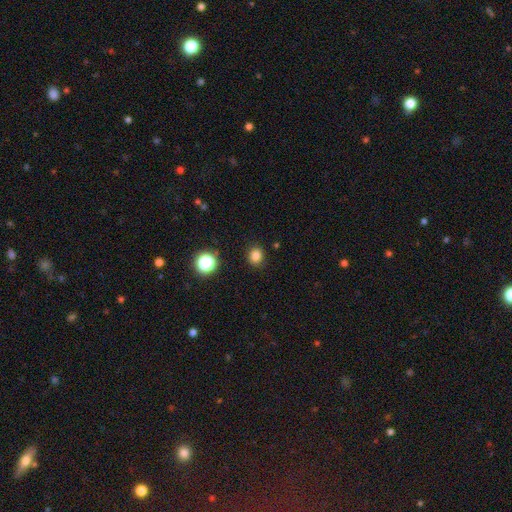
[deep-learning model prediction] This is clearly a smooth galaxy (82%). How rounded: likely round (68%). Merging: clearly none (89%).